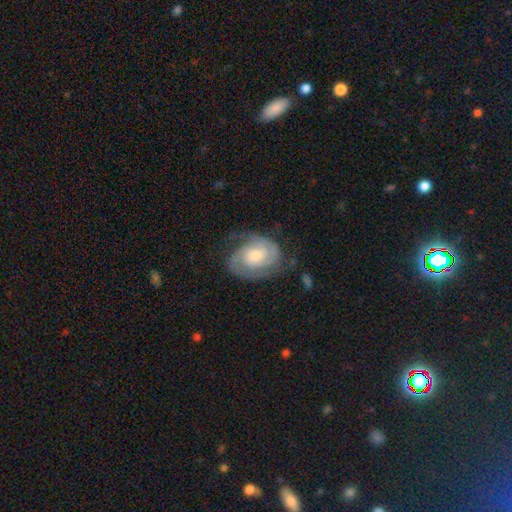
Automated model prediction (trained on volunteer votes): A featured or disk galaxy (84%) with no bar (65%), 2 (75%) tight (59%) spiral arms (96%) and a moderate central bulge (56%).

Vote fractions:
- Smooth or featured? featured or disk: 84% / smooth: 11% / star or artifact: 5%
- Edge-on disk? no: 97% / yes: 3%
- Bar? no: 65% / weak: 29% / strong: 6%
- Spiral arms? yes: 96% / no: 4%
- Spiral winding? tight: 59% / medium: 34% / loose: 8%
- Spiral arm count? 2: 75% / can't tell: 11% / 3: 8% / 1: 3% / 4: 2% / more than 4: 2%
- Bulge size? moderate: 56% / small: 30% / large: 10% / none: 3% / dominant: 1%
- Merging? none: 69% / minor disturbance: 20% / major disturbance: 9% / merger: 1%